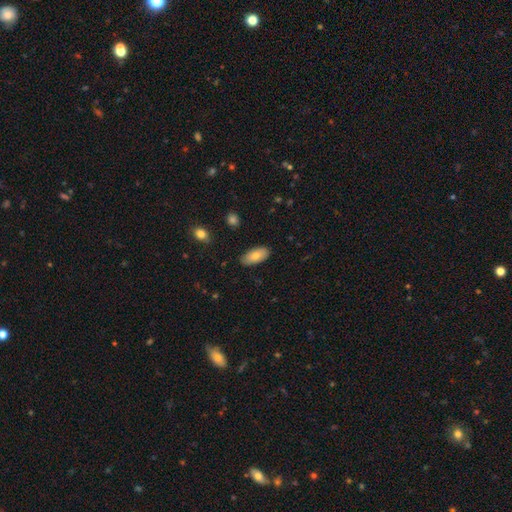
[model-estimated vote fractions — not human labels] This is likely a smooth galaxy (78%). How rounded: clearly in between (91%). Merging: clearly none (84%).